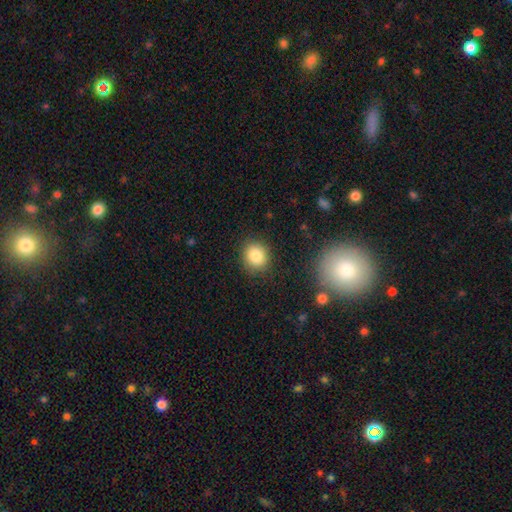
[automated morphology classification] smooth-or-featured: smooth: 83% | star or artifact: 10% | featured or disk: 6%
  how-rounded: round: 79% | in between: 20% | cigar-shaped: 1%
  merging: none: 87% | minor disturbance: 9% | major disturbance: 3% | merger: 2%